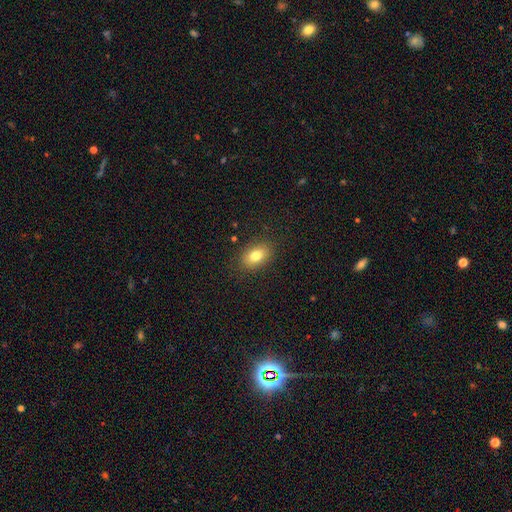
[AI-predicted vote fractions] This appears to be a smooth galaxy with no disk features (80%) that is in between round and cigar-shaped (84%). Merging: none (86%).